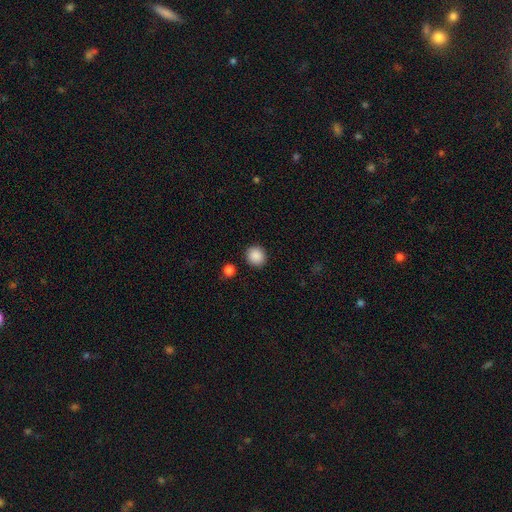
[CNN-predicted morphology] Overall: smooth (89%). How rounded: round (88%). Merging: none (90%).